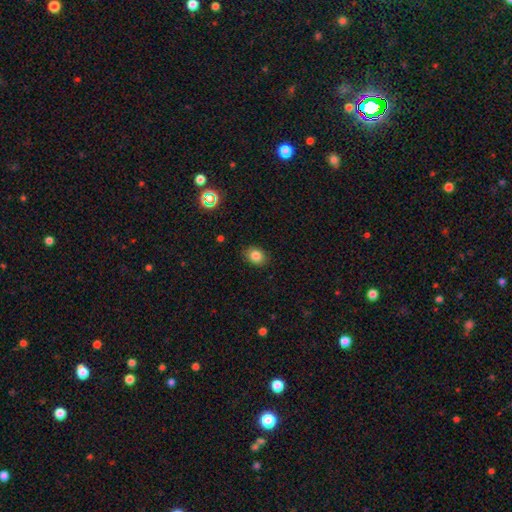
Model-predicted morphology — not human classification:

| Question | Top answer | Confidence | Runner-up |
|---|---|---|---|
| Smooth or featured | smooth | 83% | star or artifact (11%) |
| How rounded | in between | 57% | round (42%) |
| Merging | none | 85% | minor disturbance (11%) |